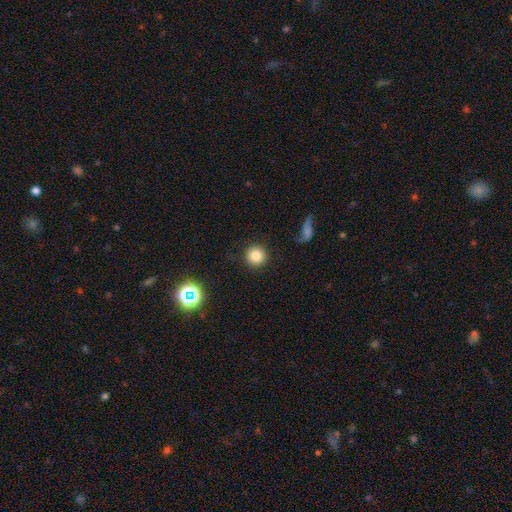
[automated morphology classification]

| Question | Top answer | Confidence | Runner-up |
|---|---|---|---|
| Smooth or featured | smooth | 83% | star or artifact (11%) |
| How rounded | round | 94% | in between (5%) |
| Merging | none | 88% | minor disturbance (7%) |